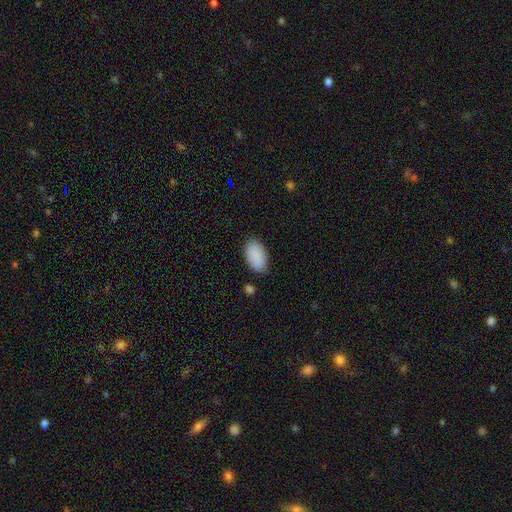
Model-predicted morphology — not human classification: smooth-or-featured: smooth: 90% | star or artifact: 6% | featured or disk: 4%
  how-rounded: in between: 95% | round: 4% | cigar-shaped: 1%
  merging: none: 83% | minor disturbance: 12% | major disturbance: 3% | merger: 2%